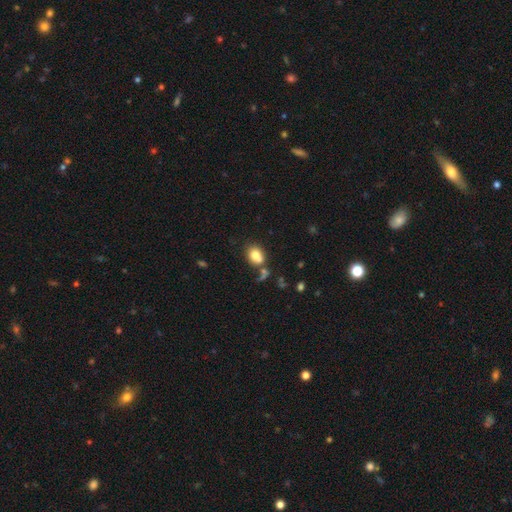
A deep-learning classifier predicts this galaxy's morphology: A smooth galaxy with no disk features (79%) that is in between round and cigar-shaped (53%). Merging: none (51%).